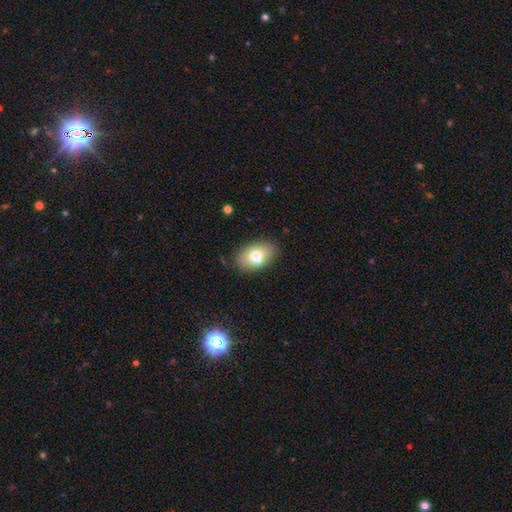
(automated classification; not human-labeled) smooth-or-featured: smooth: 68% | featured or disk: 23% | star or artifact: 9%
  how-rounded: in between: 86% | round: 12% | cigar-shaped: 2%
  merging: none: 70% | merger: 14% | minor disturbance: 13% | major disturbance: 4%